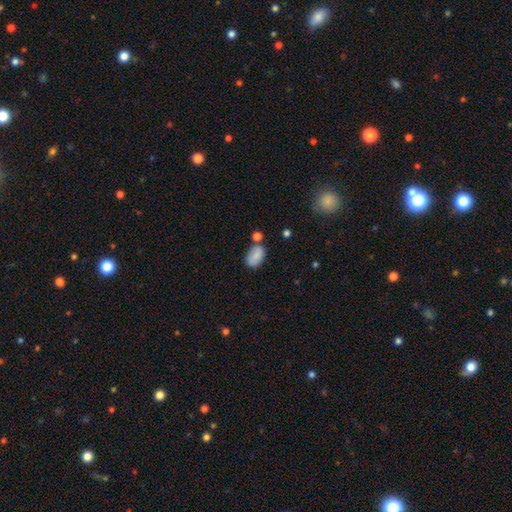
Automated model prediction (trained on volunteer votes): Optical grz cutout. It shows a smooth galaxy with no disk features (79%) that is in between round and cigar-shaped (89%). Merging: none (59%).